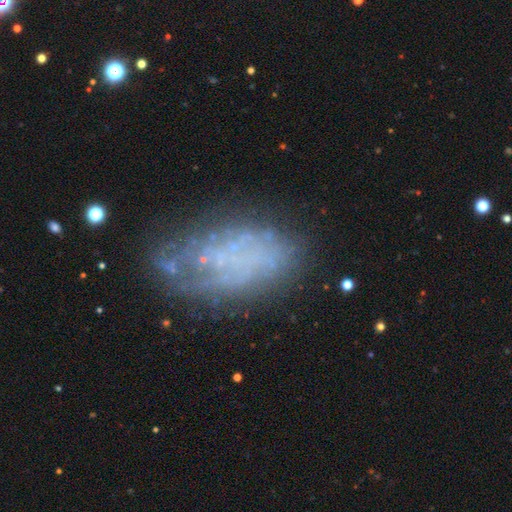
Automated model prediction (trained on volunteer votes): Smooth or featured? featured or disk (59%)
Edge-on disk? no (96%)
Bar? no (90%)
Spiral arms? no (75%)
Bulge size? none (83%)
Merging? none (59%)